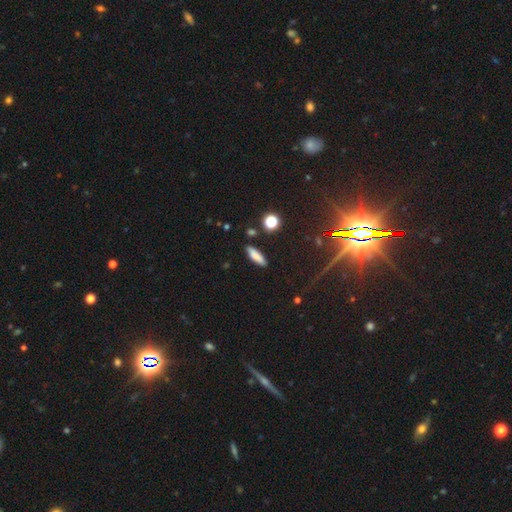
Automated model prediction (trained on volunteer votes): Smooth or featured?
  - smooth: 80% *
  - featured or disk: 10%
  - star or artifact: 10%
How rounded?
  - cigar-shaped: 66% *
  - in between: 31%
  - round: 3%
Merging?
  - none: 86% *
  - minor disturbance: 9%
  - merger: 2%
  - major disturbance: 2%